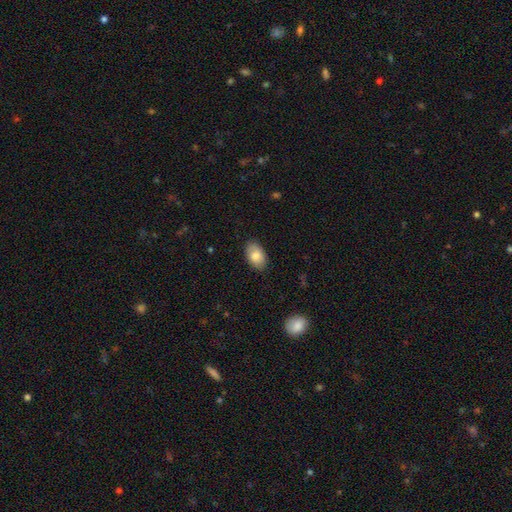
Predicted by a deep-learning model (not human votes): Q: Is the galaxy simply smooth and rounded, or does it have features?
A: smooth — 82%.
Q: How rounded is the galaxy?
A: in between — 92%.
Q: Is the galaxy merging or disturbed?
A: none — 85%.